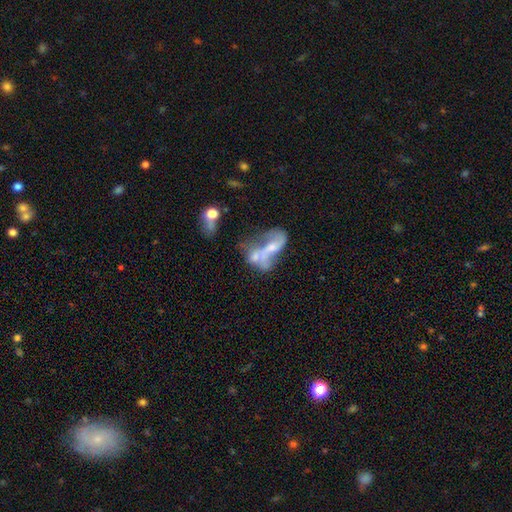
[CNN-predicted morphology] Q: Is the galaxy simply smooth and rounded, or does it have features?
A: featured or disk — 63%.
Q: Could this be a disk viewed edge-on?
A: no — 95%.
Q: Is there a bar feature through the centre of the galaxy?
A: no — 66%.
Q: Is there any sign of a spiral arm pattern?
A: no — 53%.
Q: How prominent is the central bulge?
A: small — 35%.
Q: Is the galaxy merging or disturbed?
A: merger — 56%.